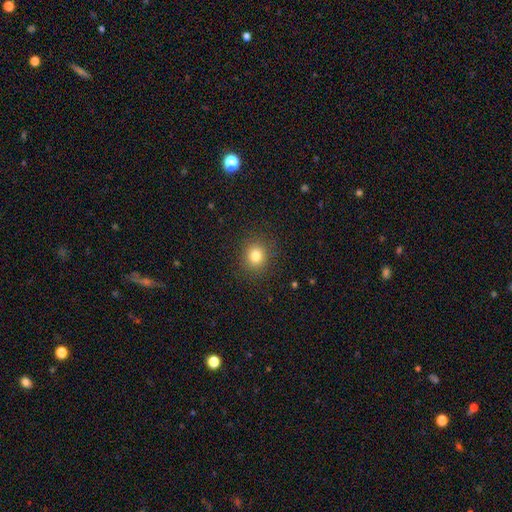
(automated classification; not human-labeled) Morphology: type=smooth (81%); roundness=round (82%); merging=none (90%).